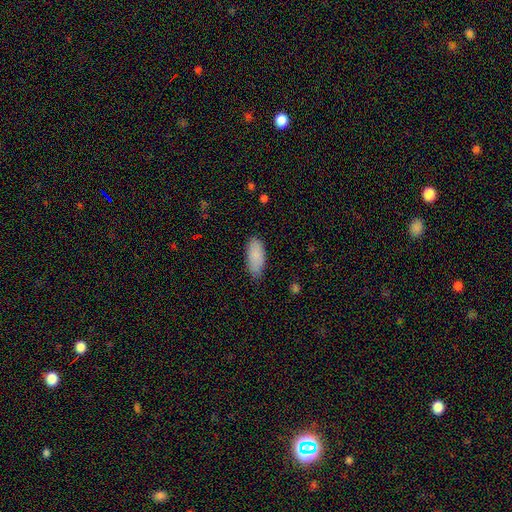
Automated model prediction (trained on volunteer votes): smooth 86%, featured or disk 7%, star or artifact 7%. Down the decision tree: how rounded — in between (86%); merging — none (75%).